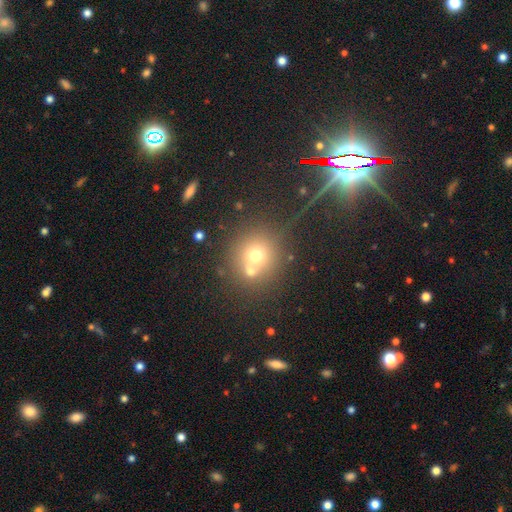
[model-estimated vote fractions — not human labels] The model was most divided on "merging": none: 56%, merger: 31%, minor disturbance: 9%, major disturbance: 4%. More confident: how rounded — round (88%); smooth or featured — smooth (63%).